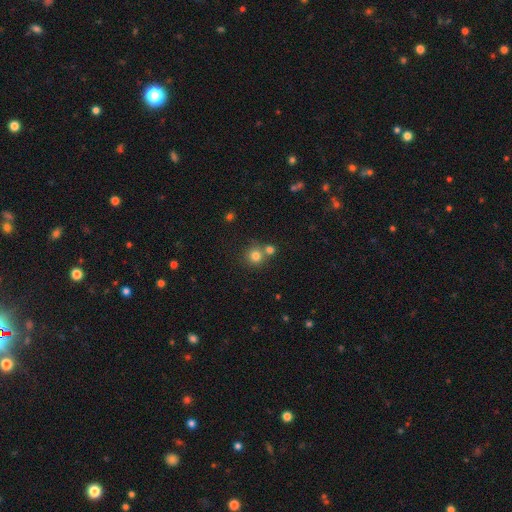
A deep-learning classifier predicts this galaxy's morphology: smooth 79%, star or artifact 14%, featured or disk 8%. Down the decision tree: how rounded — round (91%); merging — none (61%).